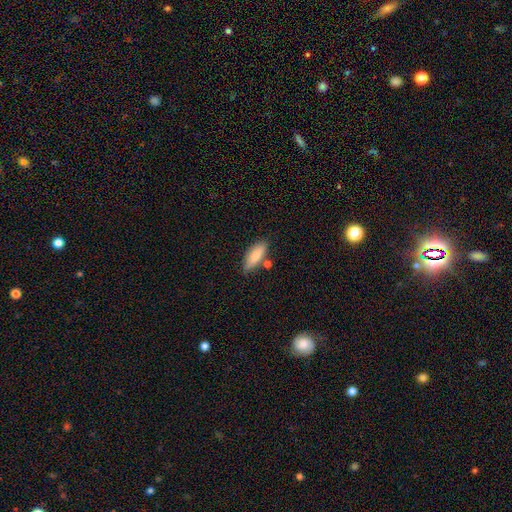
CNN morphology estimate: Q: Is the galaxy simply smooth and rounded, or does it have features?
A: smooth — 78%.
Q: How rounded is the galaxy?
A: in between — 62%.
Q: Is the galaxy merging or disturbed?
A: none — 72%.